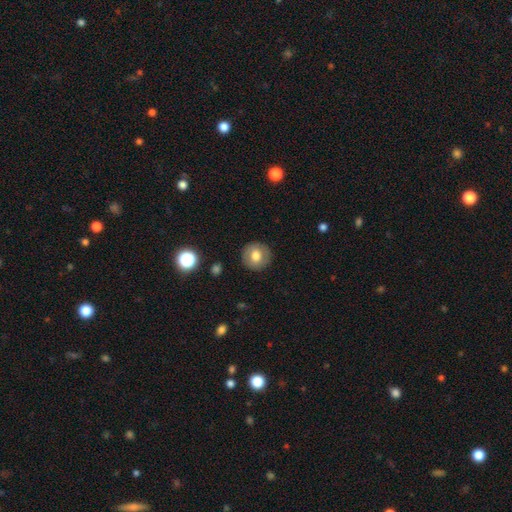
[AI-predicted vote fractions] The model was most divided on "smooth or featured": smooth: 71%, featured or disk: 20%, star or artifact: 9%. More confident: how rounded — round (92%); merging — none (89%).